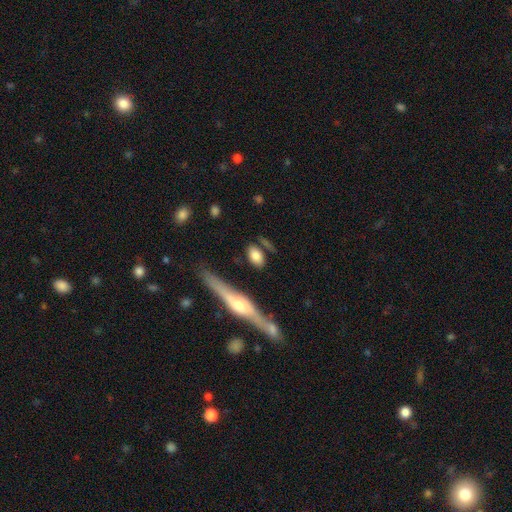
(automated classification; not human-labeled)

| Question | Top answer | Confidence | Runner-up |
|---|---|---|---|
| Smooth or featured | smooth | 76% | featured or disk (17%) |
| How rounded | in between | 83% | round (9%) |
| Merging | none | 73% | minor disturbance (15%) |